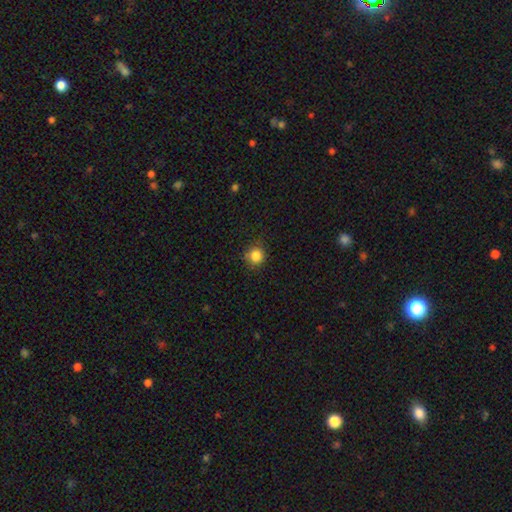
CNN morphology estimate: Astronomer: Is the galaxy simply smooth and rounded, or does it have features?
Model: smooth — 84%.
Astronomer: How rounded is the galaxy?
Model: round — 90%.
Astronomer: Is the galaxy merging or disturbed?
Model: none — 84%.